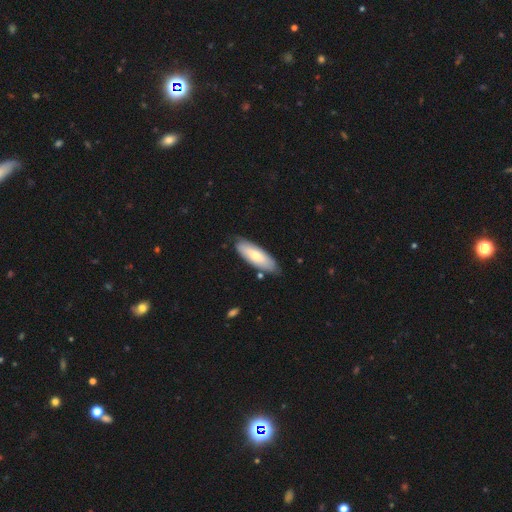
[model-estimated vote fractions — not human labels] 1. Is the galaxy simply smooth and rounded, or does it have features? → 66% smooth, 29% featured or disk, 5% star or artifact.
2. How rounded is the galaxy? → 66% in between, 33% cigar-shaped, 2% round.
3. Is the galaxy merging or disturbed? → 78% none, 16% minor disturbance, 3% major disturbance, 3% merger.